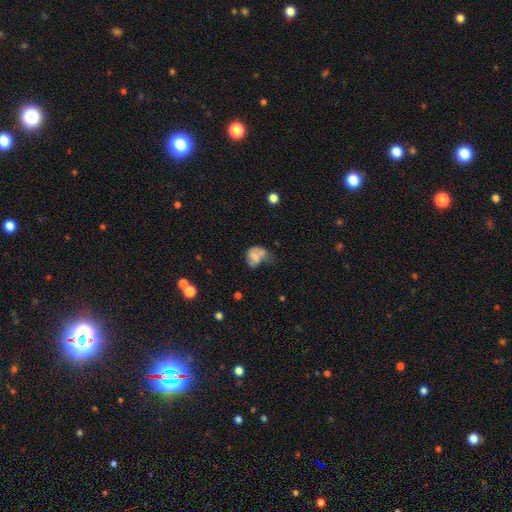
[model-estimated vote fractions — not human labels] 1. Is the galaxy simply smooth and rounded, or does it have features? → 57% smooth, 32% featured or disk, 11% star or artifact.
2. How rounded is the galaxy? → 59% in between, 40% round, 1% cigar-shaped.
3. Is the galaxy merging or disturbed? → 26% major disturbance, 25% merger, 25% minor disturbance, 23% none.